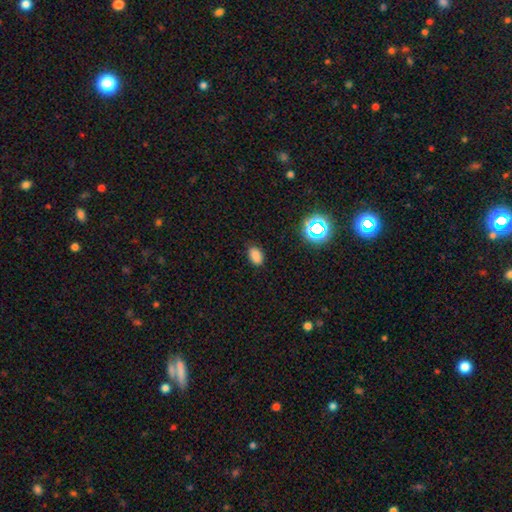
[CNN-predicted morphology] Smooth or featured? smooth (80%)
How rounded? in between (89%)
Merging? none (82%)